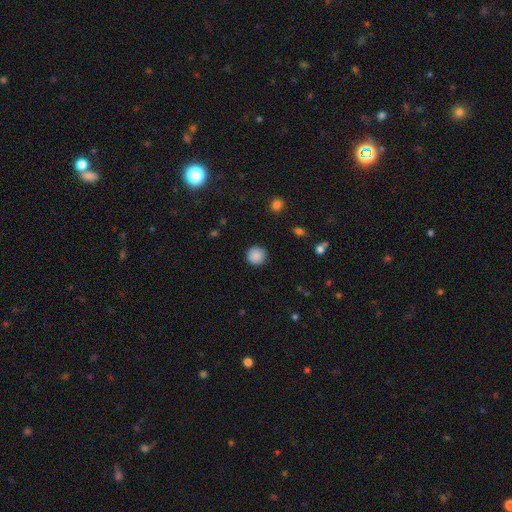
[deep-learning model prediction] smooth_or_featured: smooth (p=0.88) [alt: star or artifact p=0.09]
how_rounded: round (p=0.94) [alt: in between p=0.05]
merging: none (p=0.90) [alt: minor disturbance p=0.07]